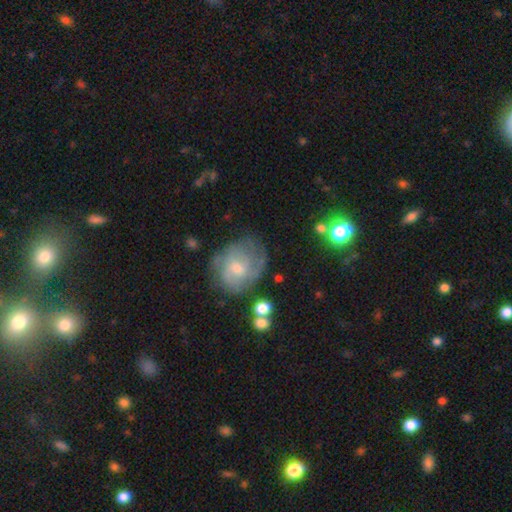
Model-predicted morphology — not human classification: Smooth or featured?
  - featured or disk: 59% *
  - smooth: 22%
  - star or artifact: 19%
Edge-on disk?
  - no: 96% *
  - yes: 4%
Bar?
  - no: 71% *
  - weak: 23%
  - strong: 6%
Spiral arms?
  - yes: 83% *
  - no: 17%
Bulge size?
  - small: 50% *
  - moderate: 46%
  - large: 2%
  - none: 2%
  - dominant: 1%
Merging?
  - none: 73% *
  - minor disturbance: 17%
  - major disturbance: 7%
  - merger: 4%